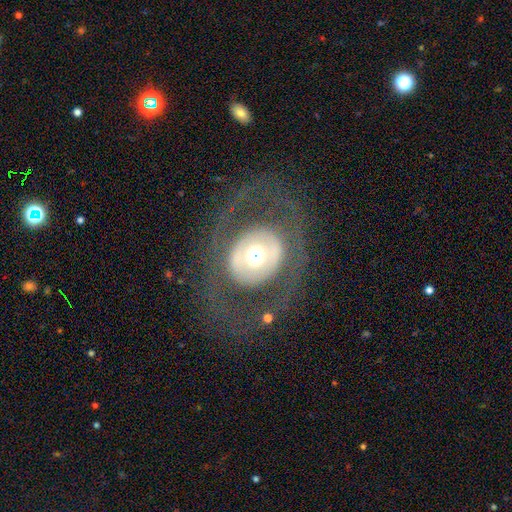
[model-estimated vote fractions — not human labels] Smooth or featured?
  - featured or disk: 62% *
  - smooth: 31%
  - star or artifact: 7%
Edge-on disk?
  - no: 93% *
  - yes: 7%
Bar?
  - no: 80% *
  - weak: 13%
  - strong: 7%
Spiral arms?
  - no: 77% *
  - yes: 23%
Bulge size?
  - moderate: 56% *
  - large: 24%
  - small: 14%
  - dominant: 5%
  - none: 1%
Merging?
  - none: 71% *
  - major disturbance: 16%
  - minor disturbance: 11%
  - merger: 2%